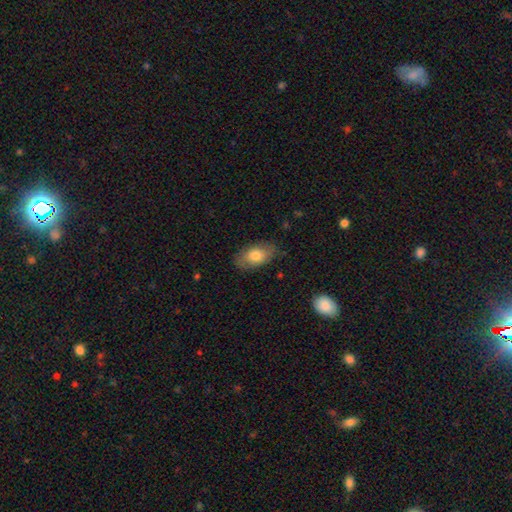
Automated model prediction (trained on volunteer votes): A smooth galaxy with no disk features (76%) that is in between round and cigar-shaped (91%). Merging: none (80%).